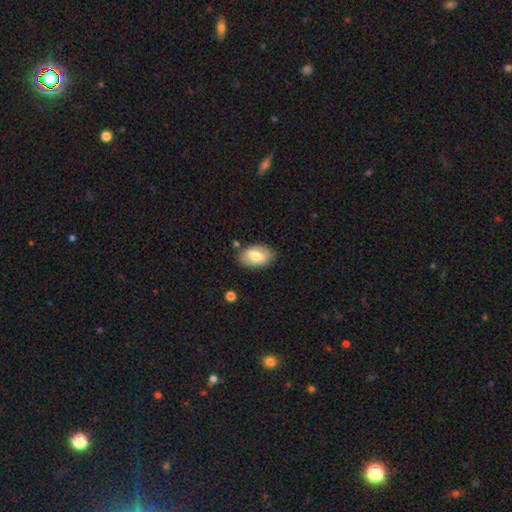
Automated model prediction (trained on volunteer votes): Smooth or featured?
  - smooth: 74% *
  - featured or disk: 20%
  - star or artifact: 7%
How rounded?
  - in between: 93% *
  - round: 6%
  - cigar-shaped: 1%
Merging?
  - none: 81% *
  - minor disturbance: 13%
  - major disturbance: 3%
  - merger: 3%